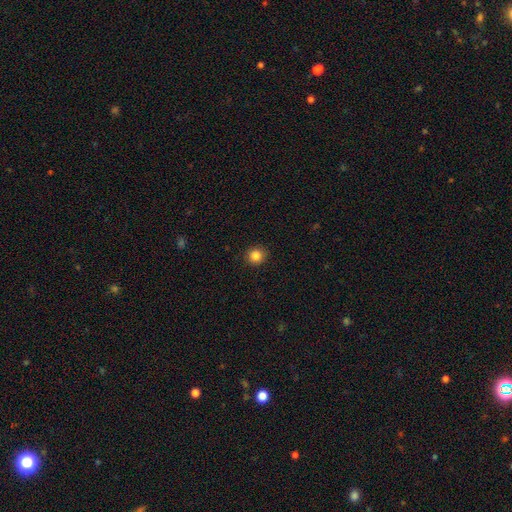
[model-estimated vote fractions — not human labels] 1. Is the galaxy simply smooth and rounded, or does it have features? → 85% smooth, 11% star or artifact, 4% featured or disk.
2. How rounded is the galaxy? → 91% round, 8% in between, 1% cigar-shaped.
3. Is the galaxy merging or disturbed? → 91% none, 6% minor disturbance, 2% major disturbance, 1% merger.